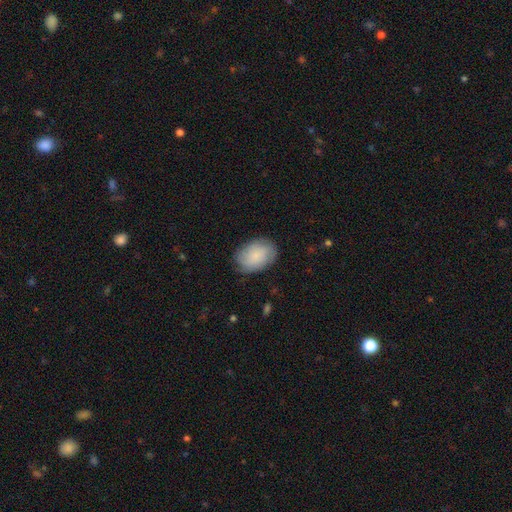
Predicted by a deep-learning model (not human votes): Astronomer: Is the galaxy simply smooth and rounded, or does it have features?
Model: smooth — 72%.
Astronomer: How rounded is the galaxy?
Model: in between — 83%.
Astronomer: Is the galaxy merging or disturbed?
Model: none — 76%.